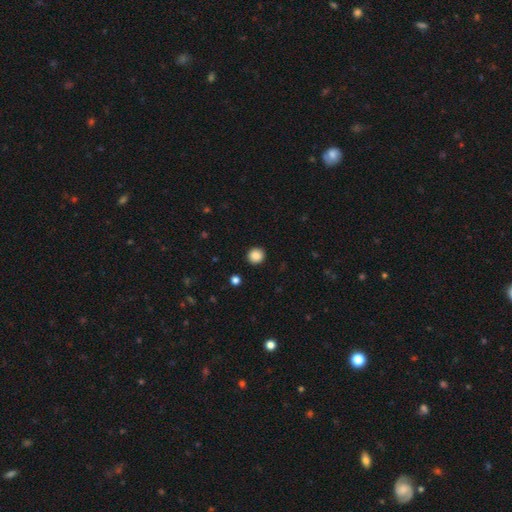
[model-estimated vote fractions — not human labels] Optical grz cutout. It shows a smooth galaxy with no disk features (88%) that is round (89%). Merging: none (92%).